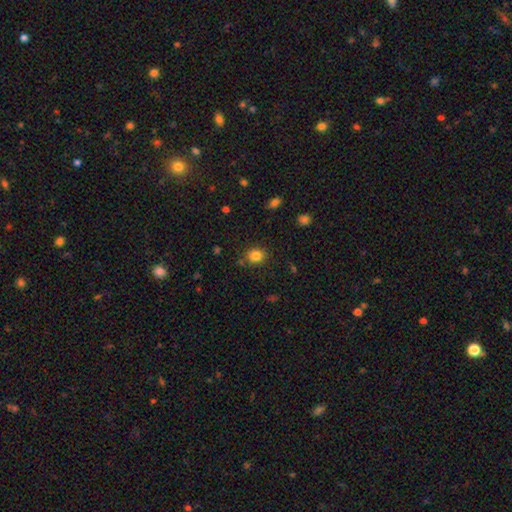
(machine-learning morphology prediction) A smooth galaxy with no disk features (82%) that is round (71%).

Vote fractions:
- Smooth or featured? smooth: 82% / star or artifact: 12% / featured or disk: 6%
- How rounded? round: 71% / in between: 28% / cigar-shaped: 1%
- Merging? none: 83% / minor disturbance: 11% / merger: 3% / major disturbance: 3%